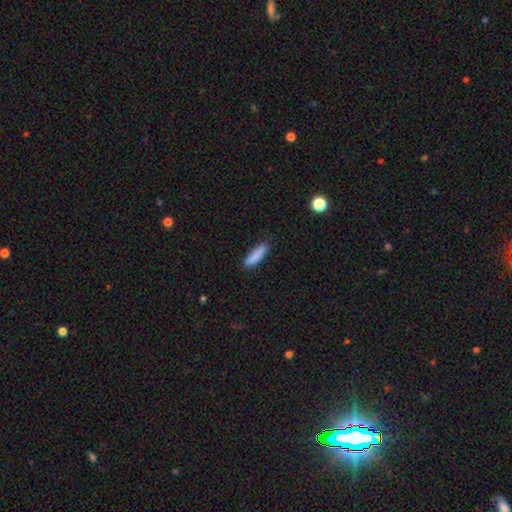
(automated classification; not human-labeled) Smooth or featured? Predicted: smooth (p=0.87). How rounded? Predicted: cigar-shaped (p=0.70). Merging? Predicted: none (p=0.84).